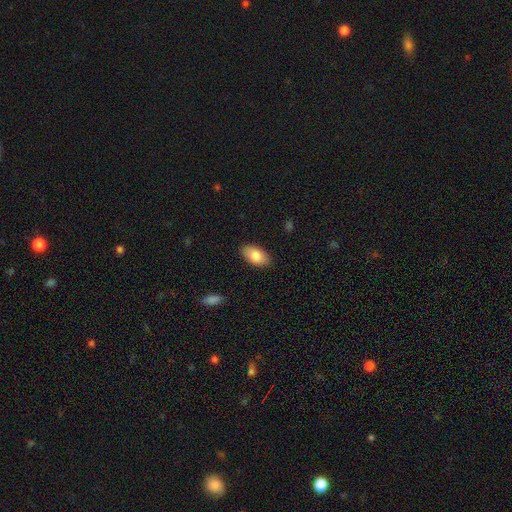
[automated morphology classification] type=smooth (82%); roundness=in between (94%); merging=none (87%).